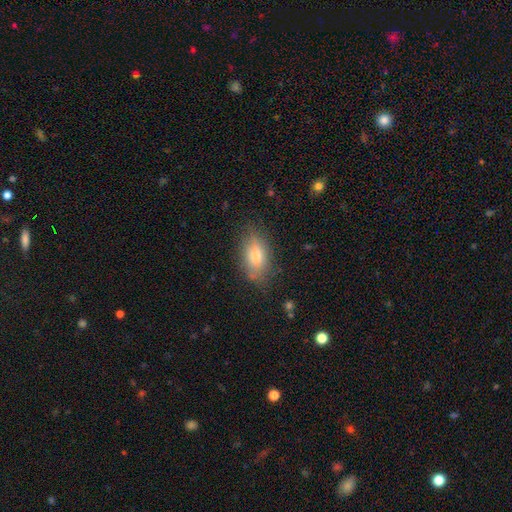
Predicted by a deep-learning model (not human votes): smooth 74%, featured or disk 18%, star or artifact 8%. Down the decision tree: how rounded — in between (88%); merging — none (77%).